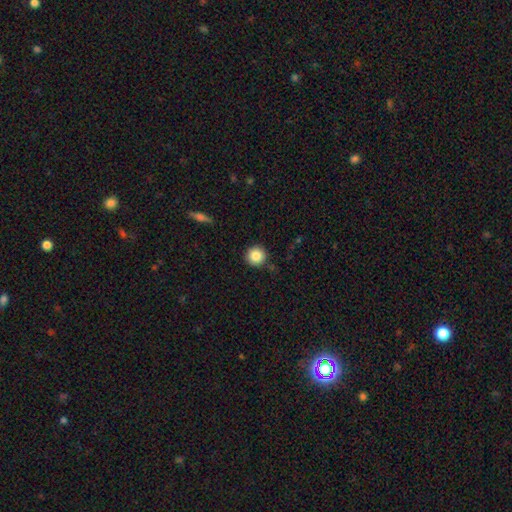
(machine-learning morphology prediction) smooth-or-featured: smooth: 85% | star or artifact: 9% | featured or disk: 5%
  how-rounded: round: 95% | in between: 4% | cigar-shaped: 1%
  merging: none: 89% | minor disturbance: 7% | major disturbance: 2% | merger: 2%